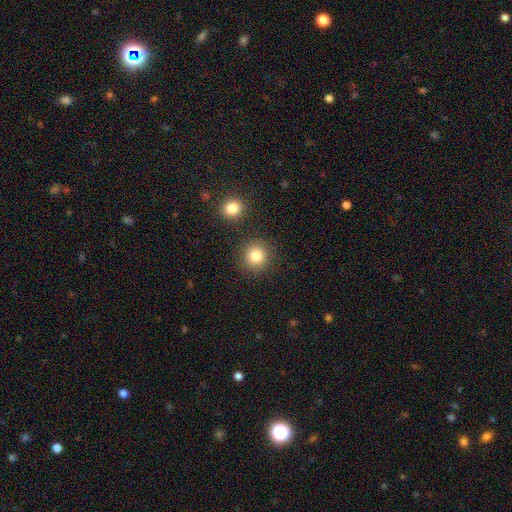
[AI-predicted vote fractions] Smooth or featured? smooth (83%)
How rounded? round (93%)
Merging? none (86%)